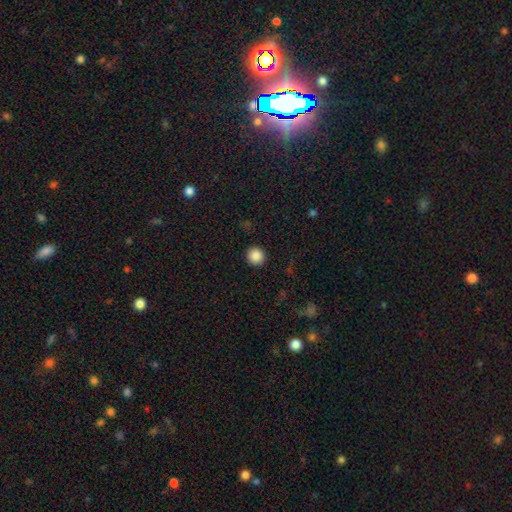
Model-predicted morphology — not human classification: type=smooth (87%); roundness=round (94%); merging=none (93%).